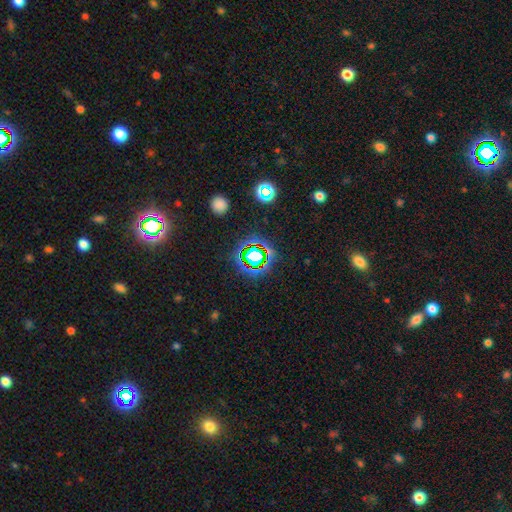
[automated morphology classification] Smooth or featured? Predicted: star or artifact (p=0.68).